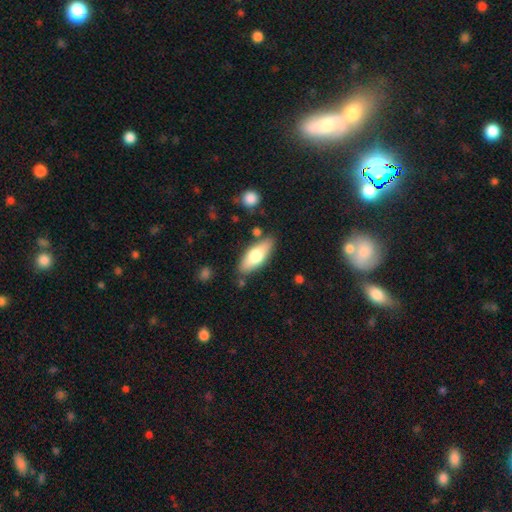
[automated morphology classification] This appears to be a smooth galaxy with no disk features (66%) that is in between round and cigar-shaped (71%). Merging: none (81%).